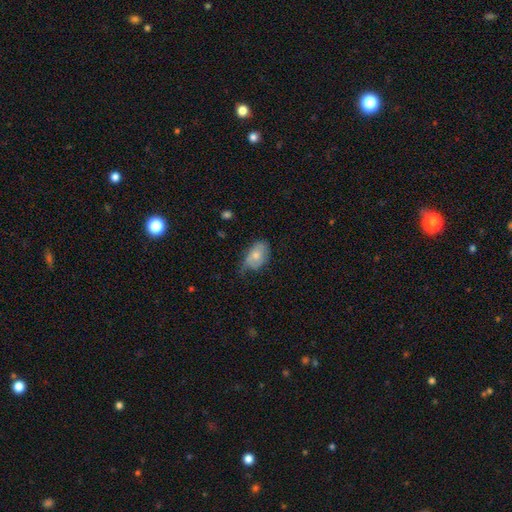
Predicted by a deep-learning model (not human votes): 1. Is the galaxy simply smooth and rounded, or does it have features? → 66% smooth, 27% featured or disk, 7% star or artifact.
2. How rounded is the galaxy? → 89% in between, 9% round, 2% cigar-shaped.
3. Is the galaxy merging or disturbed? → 42% none, 41% minor disturbance, 15% major disturbance, 2% merger.